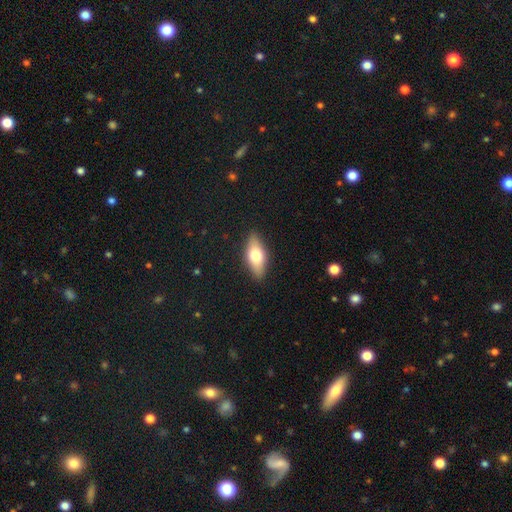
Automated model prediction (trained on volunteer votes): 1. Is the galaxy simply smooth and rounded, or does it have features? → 67% smooth, 27% featured or disk, 7% star or artifact.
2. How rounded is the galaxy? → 78% in between, 18% cigar-shaped, 4% round.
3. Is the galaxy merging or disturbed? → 88% none, 9% minor disturbance, 2% major disturbance, 1% merger.